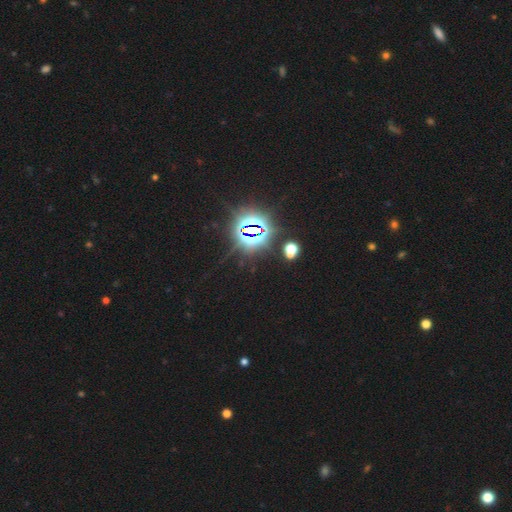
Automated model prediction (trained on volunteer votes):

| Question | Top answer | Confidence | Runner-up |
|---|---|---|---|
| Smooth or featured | star or artifact | 87% | smooth (8%) |